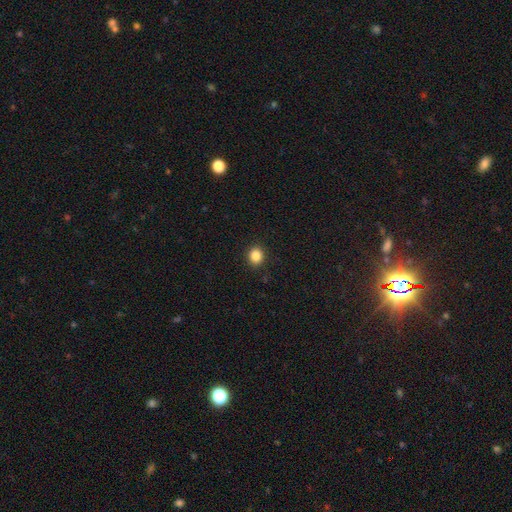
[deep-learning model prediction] This appears to be a smooth galaxy with no disk features (86%) that is round (79%). Merging: none (91%).